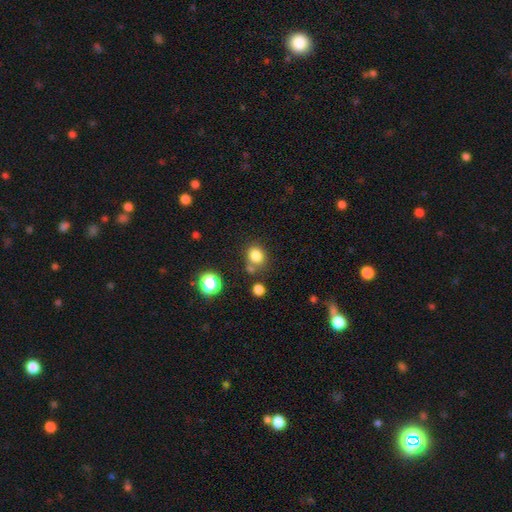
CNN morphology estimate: A smooth galaxy with no disk features (81%) that is round (64%). Merging: none (67%).